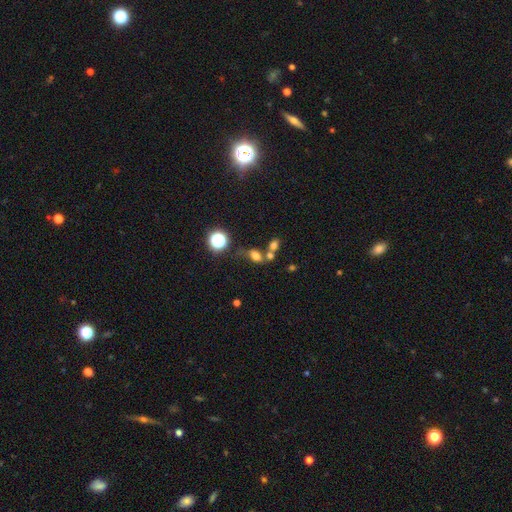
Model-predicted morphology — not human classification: Smooth or featured: smooth — 67% (star or artifact — 19%)
How rounded: in between — 74% (round — 21%)
Merging: none — 44% (merger — 33%)